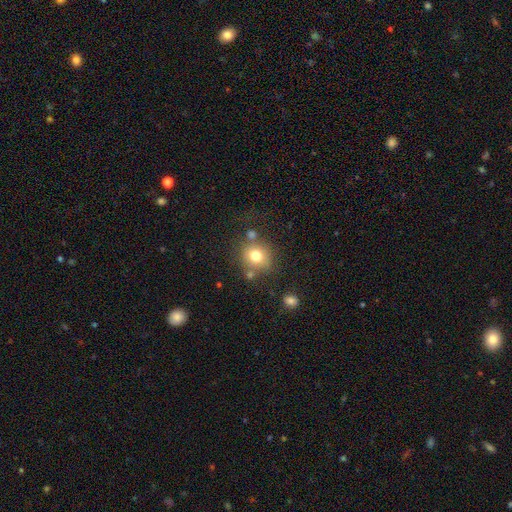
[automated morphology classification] smooth 75%, featured or disk 13%, star or artifact 12%. Down the decision tree: how rounded — round (84%); merging — none (68%).